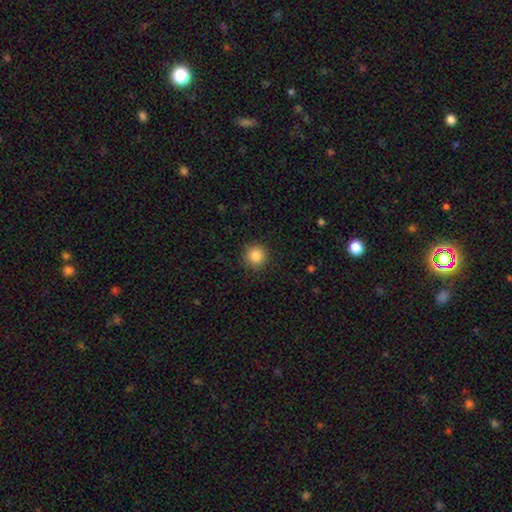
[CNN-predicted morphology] Q: Smooth or featured?
A: smooth (85%); runner-up: star or artifact (10%)
Q: How rounded?
A: round (94%); runner-up: in between (5%)
Q: Merging?
A: none (90%); runner-up: minor disturbance (7%)